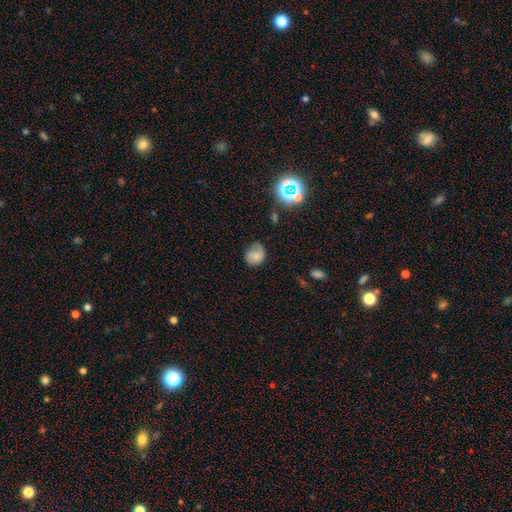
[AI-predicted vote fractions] smooth_or_featured: smooth (p=0.66) [alt: featured or disk p=0.21]
how_rounded: round (p=0.68) [alt: in between p=0.31]
merging: none (p=0.53) [alt: minor disturbance p=0.32]